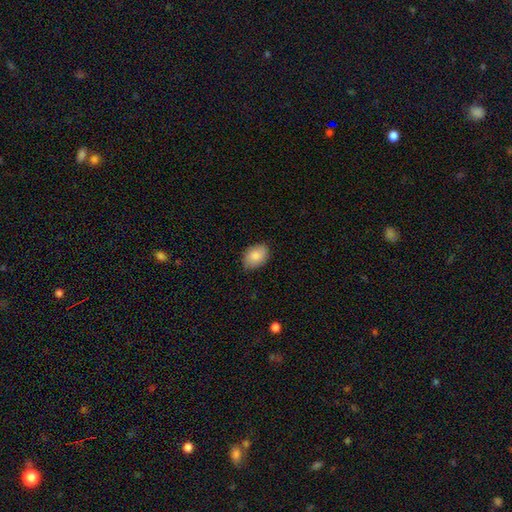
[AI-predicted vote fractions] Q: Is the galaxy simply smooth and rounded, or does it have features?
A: smooth — 86%.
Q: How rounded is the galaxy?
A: in between — 83%.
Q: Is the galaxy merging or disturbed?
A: none — 84%.